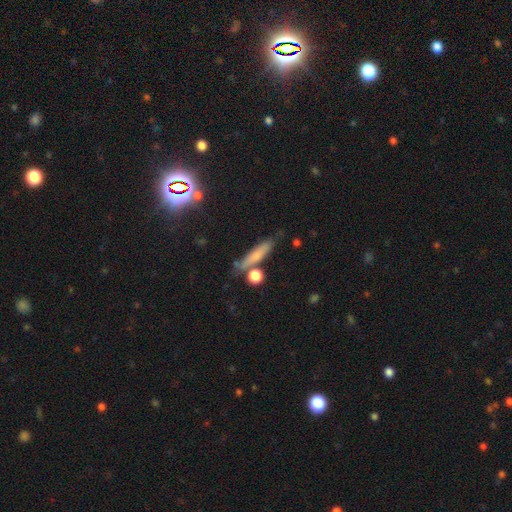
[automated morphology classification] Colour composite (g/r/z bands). It shows a smooth galaxy with no disk features (64%) that is cigar-shaped (77%). Merging: none (70%).